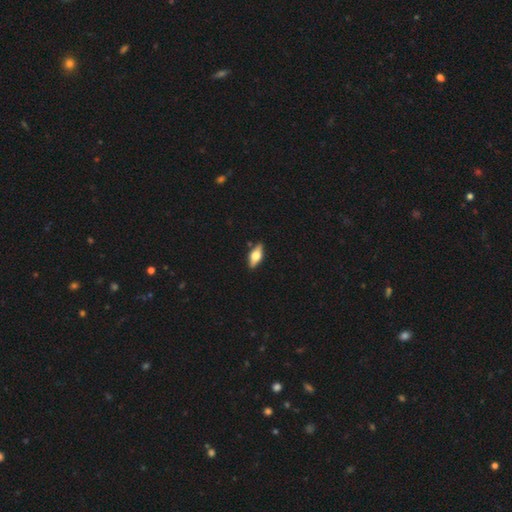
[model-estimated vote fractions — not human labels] Smooth or featured? Predicted: featured or disk (p=0.48). Merging? Predicted: none (p=0.87).